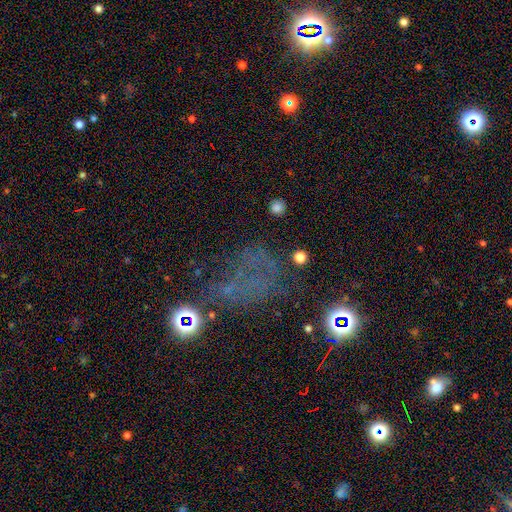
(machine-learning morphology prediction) star or artifact 46%, smooth 28%, featured or disk 26%.